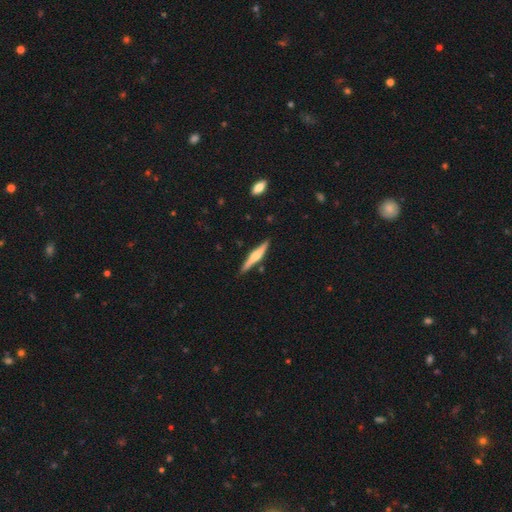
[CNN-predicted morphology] Overall: featured or disk (53%; smooth 41%). Edge-on disk: yes (97%). Edge-on bulge: rounded (69%). Merging: none (85%).